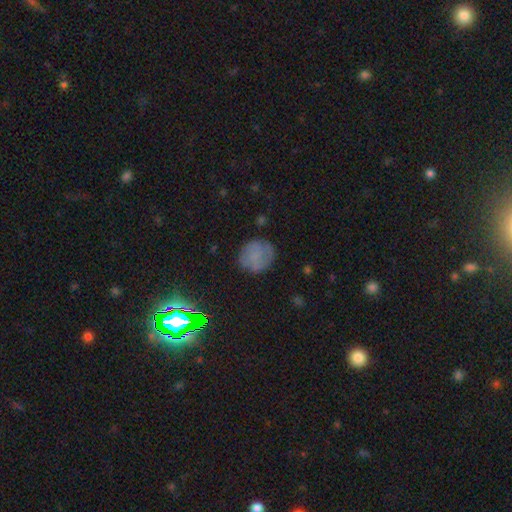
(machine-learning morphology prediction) Smooth or featured?
  - smooth: 70% *
  - featured or disk: 18%
  - star or artifact: 11%
How rounded?
  - round: 87% *
  - in between: 12%
  - cigar-shaped: 1%
Merging?
  - none: 76% *
  - minor disturbance: 17%
  - major disturbance: 6%
  - merger: 1%